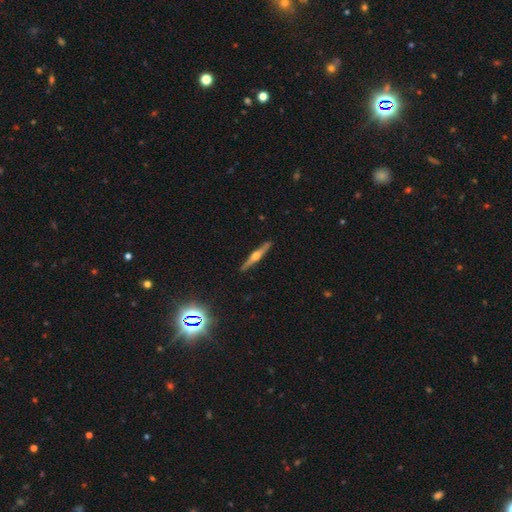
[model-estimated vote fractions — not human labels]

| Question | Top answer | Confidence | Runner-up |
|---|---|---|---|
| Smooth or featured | featured or disk | 74% | smooth (20%) |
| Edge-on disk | yes | 98% | no (2%) |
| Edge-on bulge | rounded | 91% | boxy (5%) |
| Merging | none | 91% | minor disturbance (7%) |